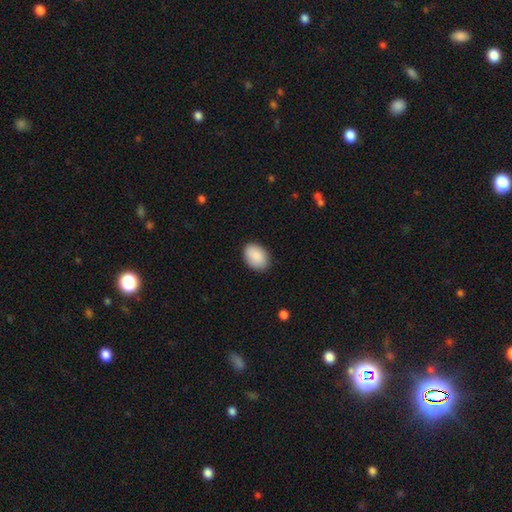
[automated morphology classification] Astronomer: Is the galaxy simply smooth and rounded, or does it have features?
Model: smooth — 90%.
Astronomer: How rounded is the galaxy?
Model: in between — 84%.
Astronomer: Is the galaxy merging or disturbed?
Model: none — 87%.